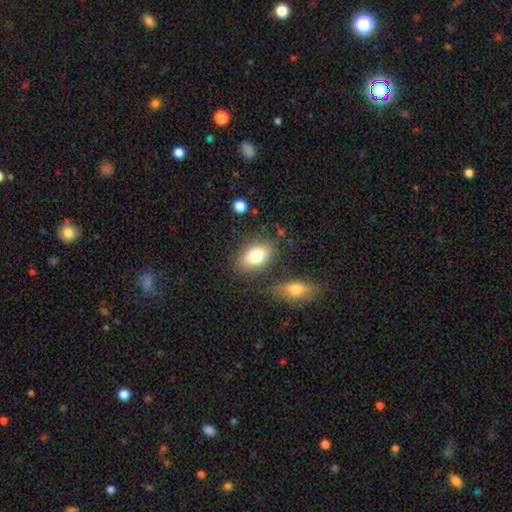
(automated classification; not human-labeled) Smooth or featured?
  - smooth: 79% *
  - featured or disk: 13%
  - star or artifact: 8%
How rounded?
  - in between: 85% *
  - round: 13%
  - cigar-shaped: 2%
Merging?
  - none: 77% *
  - minor disturbance: 12%
  - merger: 7%
  - major disturbance: 4%